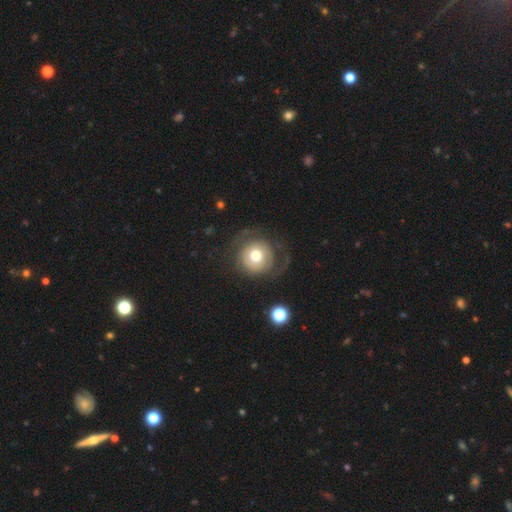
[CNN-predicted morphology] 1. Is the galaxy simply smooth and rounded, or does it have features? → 53% smooth, 39% featured or disk, 8% star or artifact.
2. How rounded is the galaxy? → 92% round, 7% in between, 1% cigar-shaped.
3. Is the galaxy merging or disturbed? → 61% none, 22% major disturbance, 15% minor disturbance, 2% merger.